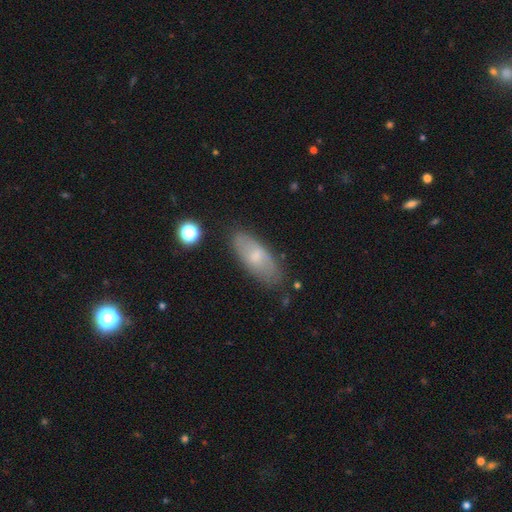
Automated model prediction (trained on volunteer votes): Smooth or featured?
  - smooth: 61% *
  - featured or disk: 31%
  - star or artifact: 8%
How rounded?
  - in between: 78% *
  - cigar-shaped: 20%
  - round: 2%
Merging?
  - none: 78% *
  - minor disturbance: 15%
  - major disturbance: 4%
  - merger: 2%